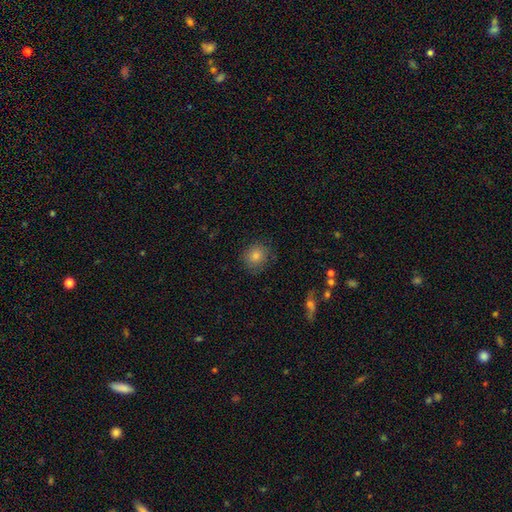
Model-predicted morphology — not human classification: Smooth or featured: smooth — 75% (star or artifact — 16%)
How rounded: round — 87% (in between — 12%)
Merging: none — 87% (minor disturbance — 9%)